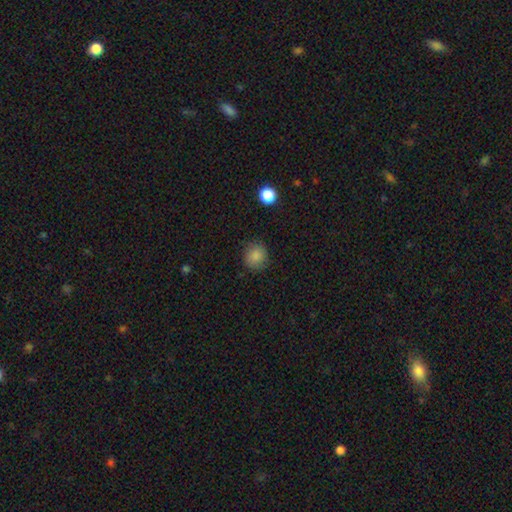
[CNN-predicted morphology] Smooth or featured? smooth (85%)
How rounded? round (85%)
Merging? none (84%)